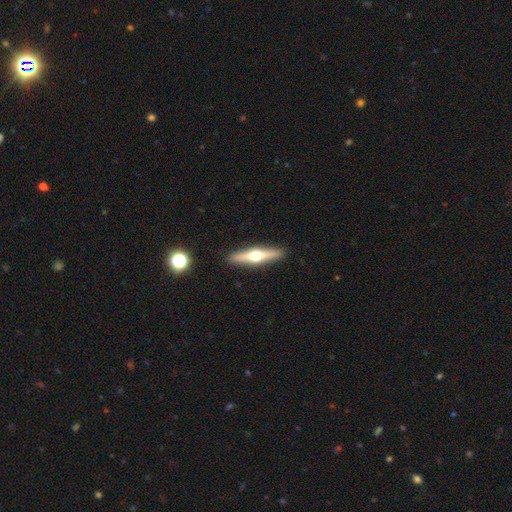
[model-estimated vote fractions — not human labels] The model was most divided on "smooth or featured": featured or disk: 66%, smooth: 28%, star or artifact: 5%. More confident: edge-on disk — yes (96%); edge-on bulge — rounded (96%); merging — none (91%).